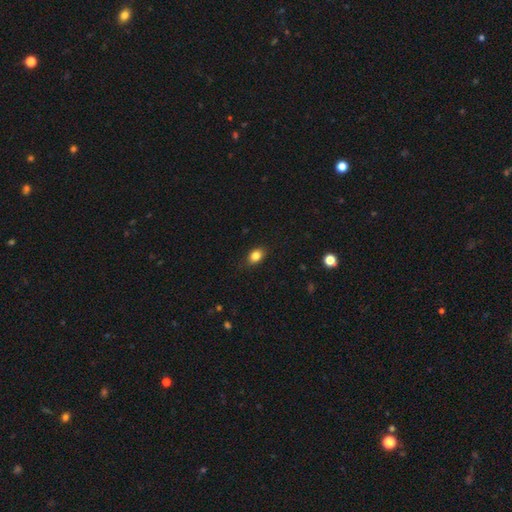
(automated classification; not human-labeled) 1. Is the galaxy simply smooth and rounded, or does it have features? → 83% smooth, 10% star or artifact, 7% featured or disk.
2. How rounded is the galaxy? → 68% in between, 31% round, 2% cigar-shaped.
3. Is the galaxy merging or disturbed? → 83% none, 13% minor disturbance, 3% major disturbance, 1% merger.